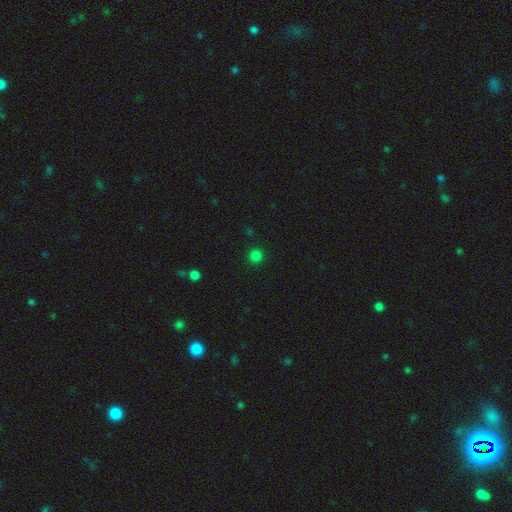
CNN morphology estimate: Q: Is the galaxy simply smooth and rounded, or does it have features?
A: smooth — 81%.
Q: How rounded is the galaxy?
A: round — 94%.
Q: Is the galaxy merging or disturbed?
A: none — 91%.